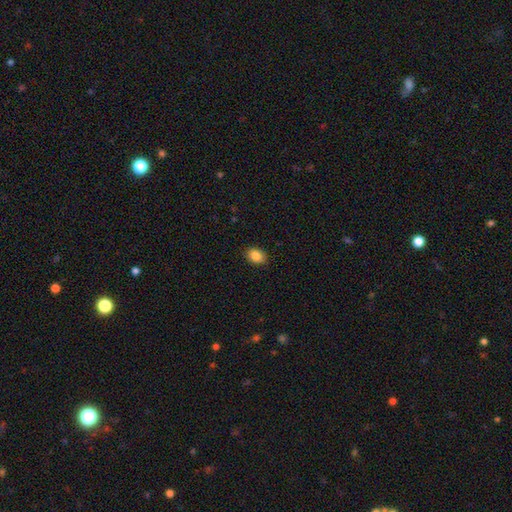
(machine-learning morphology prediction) Q: Smooth or featured?
A: smooth (86%); runner-up: star or artifact (9%)
Q: How rounded?
A: in between (67%); runner-up: round (32%)
Q: Merging?
A: none (88%); runner-up: minor disturbance (9%)